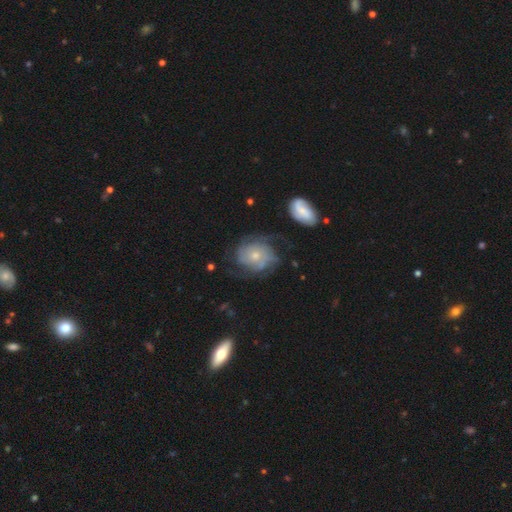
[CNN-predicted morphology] Smooth or featured: featured or disk — 70% (smooth — 23%)
Edge-on disk: no — 97% (yes — 3%)
Bar: no — 82% (weak — 16%)
Spiral arms: yes — 83% (no — 17%)
Spiral winding: tight — 53% (medium — 32%)
Spiral arm count: can't tell — 43% (2 — 22%)
Bulge size: small — 52% (moderate — 43%)
Merging: none — 56% (minor disturbance — 23%)